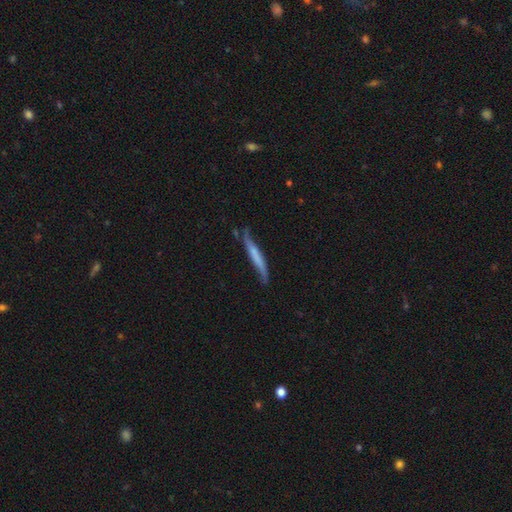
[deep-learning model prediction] A smooth galaxy with no disk features (49%). Merging: none (60%).